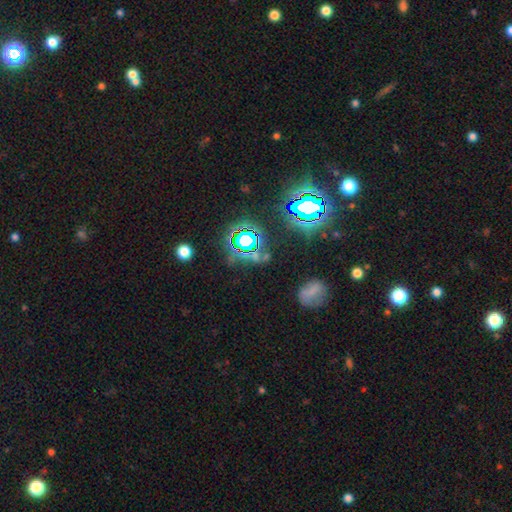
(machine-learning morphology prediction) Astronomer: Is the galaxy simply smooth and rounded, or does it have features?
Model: star or artifact — 66%.